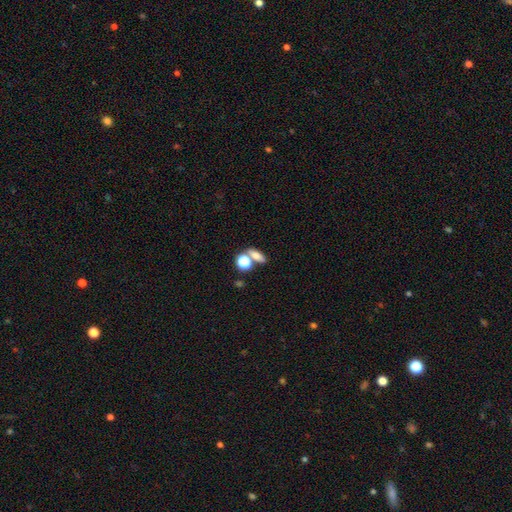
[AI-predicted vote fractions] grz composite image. It shows a smooth galaxy with no disk features (66%) that is in between round and cigar-shaped (55%). Merging: none (59%).